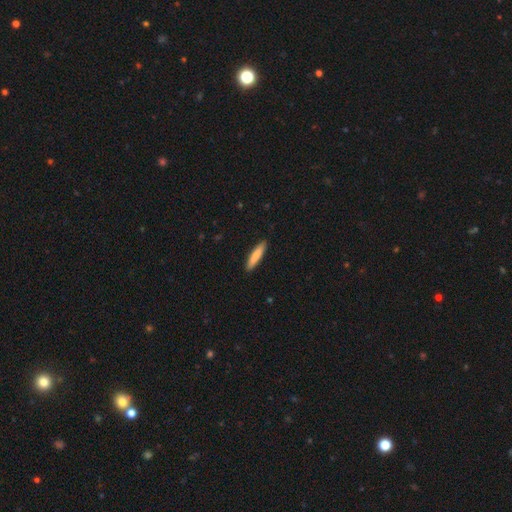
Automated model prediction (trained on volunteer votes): Smooth or featured? Predicted: smooth (p=0.82). How rounded? Predicted: cigar-shaped (p=0.88). Merging? Predicted: none (p=0.91).